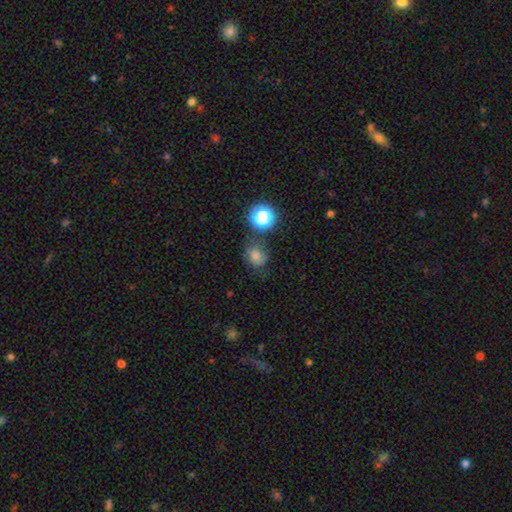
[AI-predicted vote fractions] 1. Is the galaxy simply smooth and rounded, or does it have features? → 68% smooth, 21% star or artifact, 11% featured or disk.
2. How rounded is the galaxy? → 71% round, 28% in between, 1% cigar-shaped.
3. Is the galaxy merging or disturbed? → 67% none, 20% minor disturbance, 7% major disturbance, 6% merger.